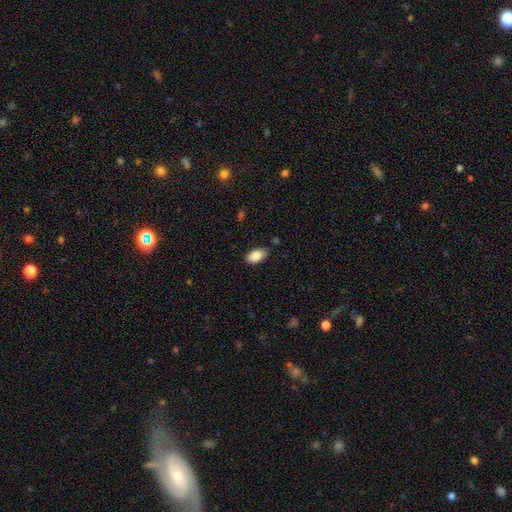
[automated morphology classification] smooth-or-featured: smooth: 87% | star or artifact: 7% | featured or disk: 6%
  how-rounded: in between: 93% | round: 5% | cigar-shaped: 2%
  merging: none: 79% | minor disturbance: 17% | major disturbance: 3% | merger: 2%